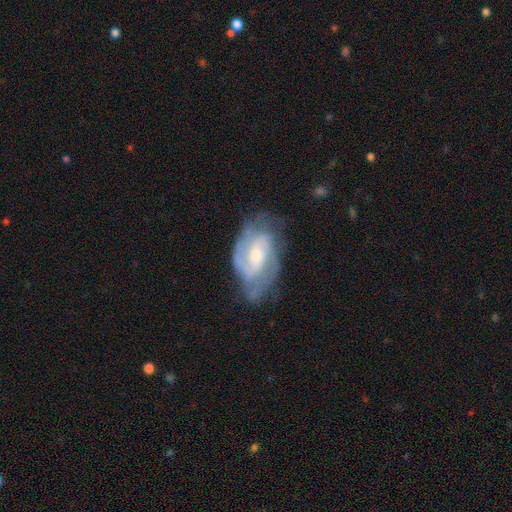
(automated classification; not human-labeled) Smooth or featured?
  - featured or disk: 83% *
  - smooth: 11%
  - star or artifact: 5%
Edge-on disk?
  - no: 97% *
  - yes: 3%
Bar?
  - weak: 45% *
  - no: 44%
  - strong: 11%
Spiral arms?
  - yes: 94% *
  - no: 6%
Spiral winding?
  - medium: 45% *
  - tight: 43%
  - loose: 12%
Spiral arm count?
  - 2: 54% *
  - can't tell: 19%
  - 3: 17%
  - 1: 4%
  - 4: 3%
  - more than 4: 3%
Bulge size?
  - small: 48% *
  - moderate: 43%
  - large: 4%
  - none: 4%
  - dominant: 1%
Merging?
  - none: 59% *
  - minor disturbance: 26%
  - major disturbance: 13%
  - merger: 2%